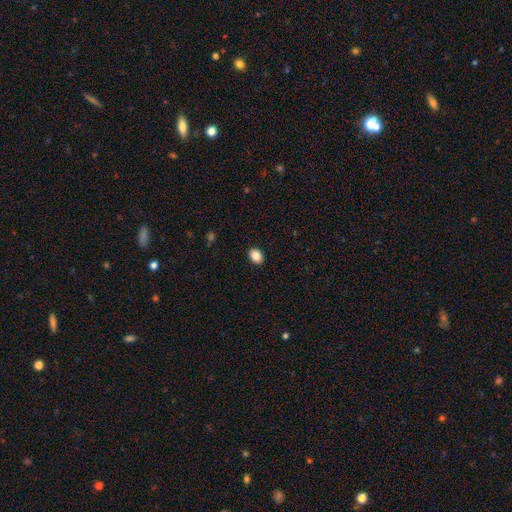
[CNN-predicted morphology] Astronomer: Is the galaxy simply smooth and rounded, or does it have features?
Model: smooth — 87%.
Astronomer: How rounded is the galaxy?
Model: in between — 59% (runner-up: round, 40%).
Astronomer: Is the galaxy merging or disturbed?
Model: none — 91%.